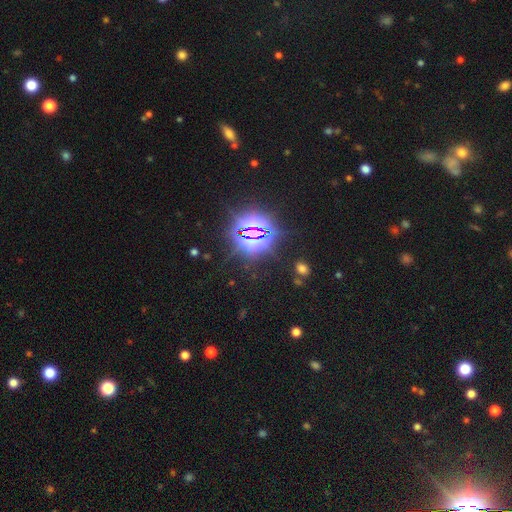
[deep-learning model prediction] Q: Smooth or featured?
A: star or artifact (83%); runner-up: smooth (11%)